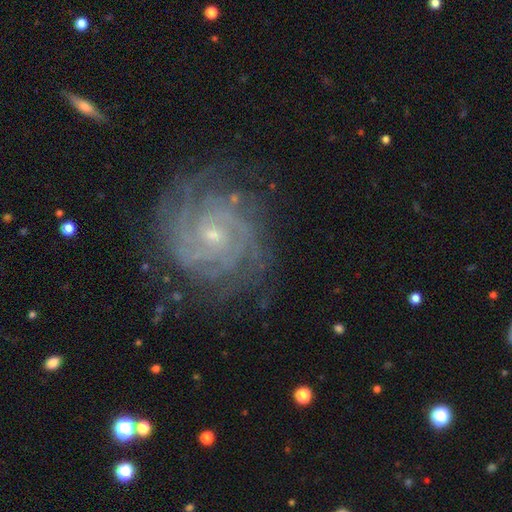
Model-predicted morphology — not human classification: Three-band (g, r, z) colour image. It shows a featured or disk galaxy (86%) with no bar (66%), can't tell (22%, tied with 2) tight (79%) spiral arms (98%) and a small central bulge (78%). Merging: none (82%).